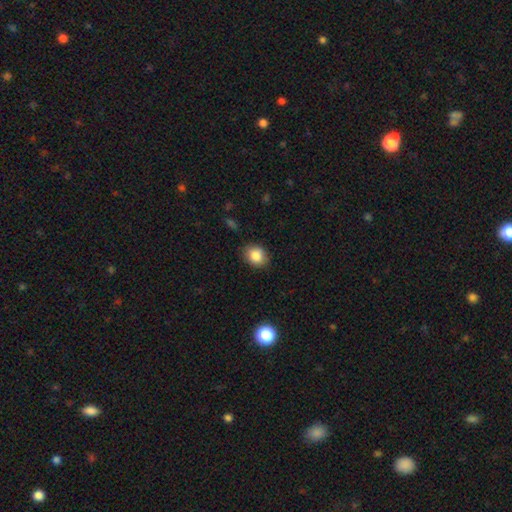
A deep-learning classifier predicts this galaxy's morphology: Q: Smooth or featured?
A: smooth (85%); runner-up: star or artifact (9%)
Q: How rounded?
A: round (50%); runner-up: in between (49%)
Q: Merging?
A: none (83%); runner-up: minor disturbance (13%)